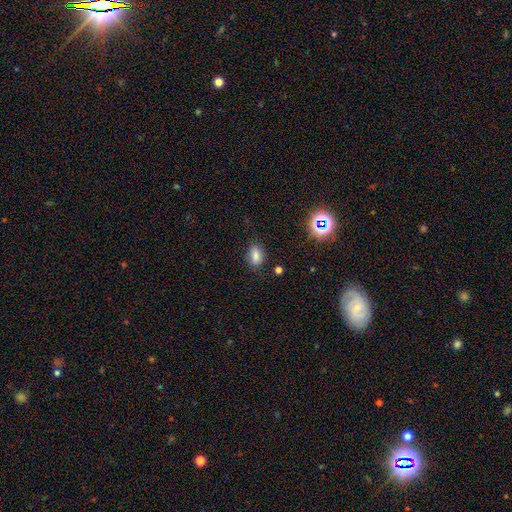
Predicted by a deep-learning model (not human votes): Morphology: type=smooth (78%); roundness=in between (86%); merging=none (80%).